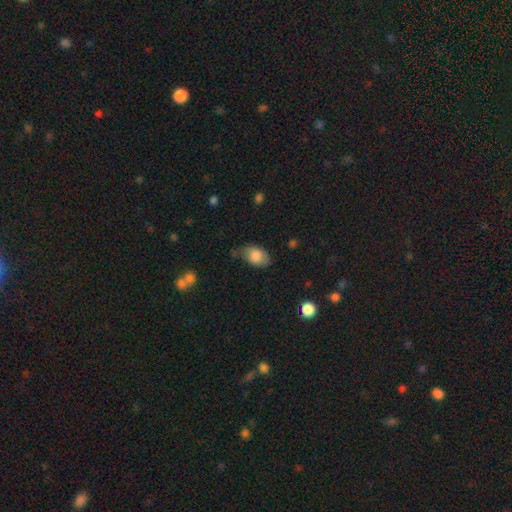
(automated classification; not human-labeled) Smooth or featured? Predicted: smooth (p=0.80). How rounded? Predicted: in between (p=0.87). Merging? Predicted: none (p=0.55).